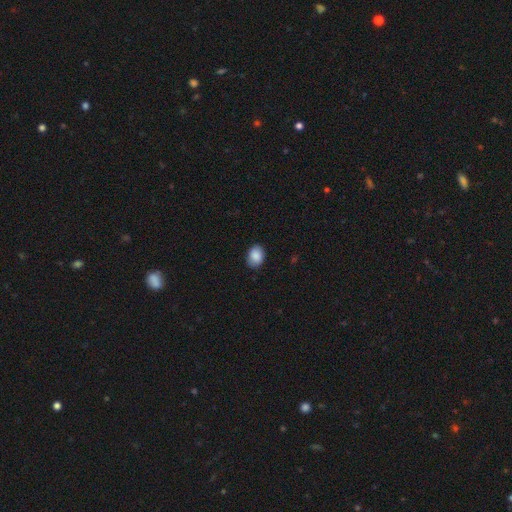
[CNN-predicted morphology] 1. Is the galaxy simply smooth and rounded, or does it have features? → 88% smooth, 7% star or artifact, 5% featured or disk.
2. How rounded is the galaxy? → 69% in between, 30% round, 1% cigar-shaped.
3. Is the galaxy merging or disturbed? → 86% none, 11% minor disturbance, 2% major disturbance, 1% merger.